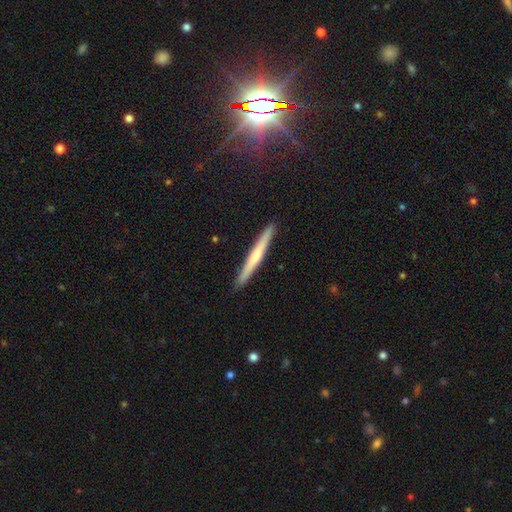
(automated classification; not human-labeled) A smooth galaxy with no disk features (48%).

Vote fractions:
- Smooth or featured? smooth: 48% / featured or disk: 47% / star or artifact: 5%
- Merging? none: 92% / minor disturbance: 5% / major disturbance: 1% / merger: 1%